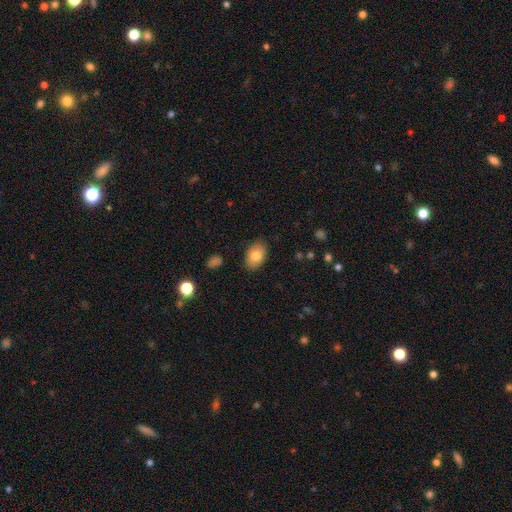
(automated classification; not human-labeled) smooth 81%, featured or disk 11%, star or artifact 8%. Down the decision tree: how rounded — in between (88%); merging — none (86%).